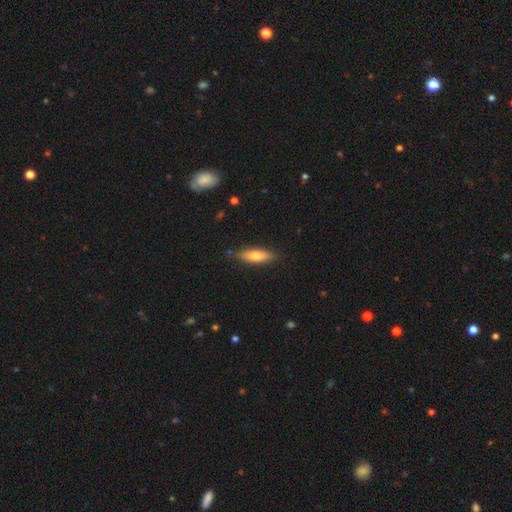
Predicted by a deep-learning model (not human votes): smooth_or_featured: smooth (p=0.66) [alt: featured or disk p=0.28]
how_rounded: in between (p=0.50) [alt: cigar-shaped p=0.48]
merging: none (p=0.82) [alt: minor disturbance p=0.14]